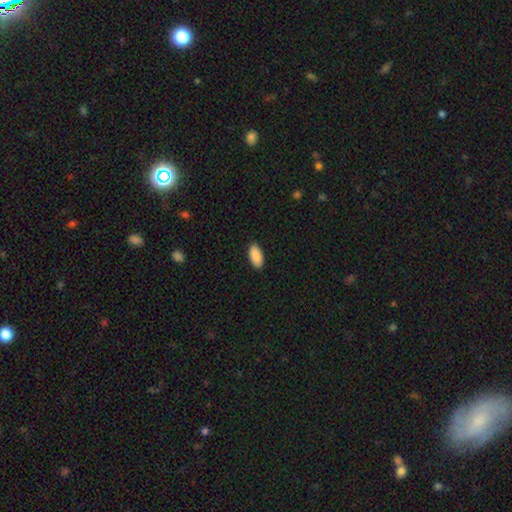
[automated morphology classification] Smooth or featured? smooth (90%)
How rounded? in between (93%)
Merging? none (90%)